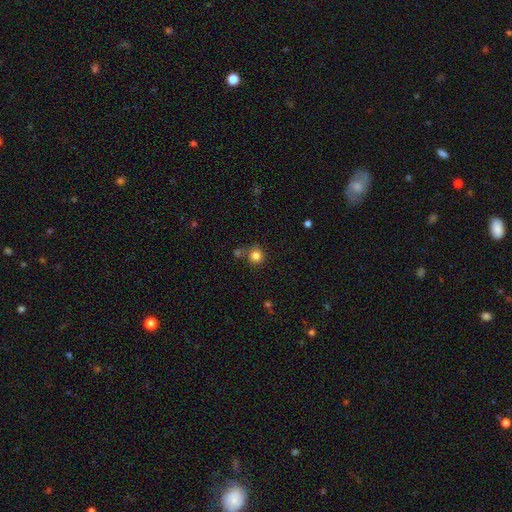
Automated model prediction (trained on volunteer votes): smooth_or_featured: smooth (p=0.82) [alt: star or artifact p=0.12]
how_rounded: round (p=0.92) [alt: in between p=0.07]
merging: none (p=0.72) [alt: merger p=0.13]